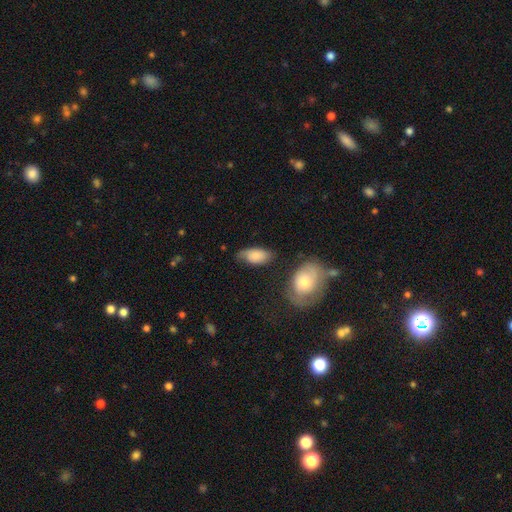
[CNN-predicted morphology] A smooth galaxy with no disk features (74%) that is in between round and cigar-shaped (92%).

Vote fractions:
- Smooth or featured? smooth: 74% / featured or disk: 18% / star or artifact: 8%
- How rounded? in between: 92% / cigar-shaped: 4% / round: 4%
- Merging? none: 55% / minor disturbance: 31% / major disturbance: 10% / merger: 5%